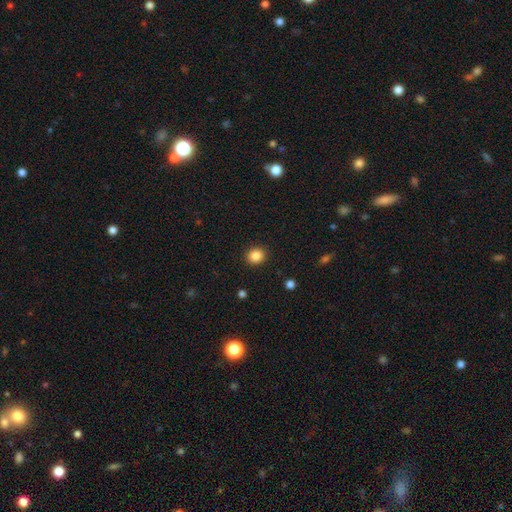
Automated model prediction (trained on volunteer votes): smooth-or-featured: smooth: 86% | star or artifact: 11% | featured or disk: 4%
  how-rounded: round: 77% | in between: 22% | cigar-shaped: 1%
  merging: none: 91% | minor disturbance: 6% | major disturbance: 2% | merger: 1%